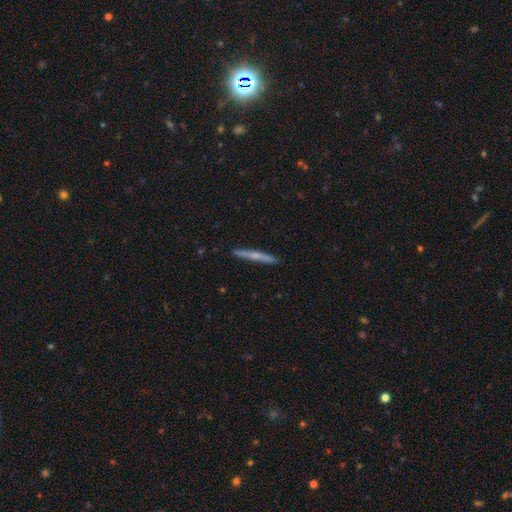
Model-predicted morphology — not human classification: Smooth or featured: featured or disk — 47% (tied with smooth — 47%)
Merging: none — 91% (minor disturbance — 6%)